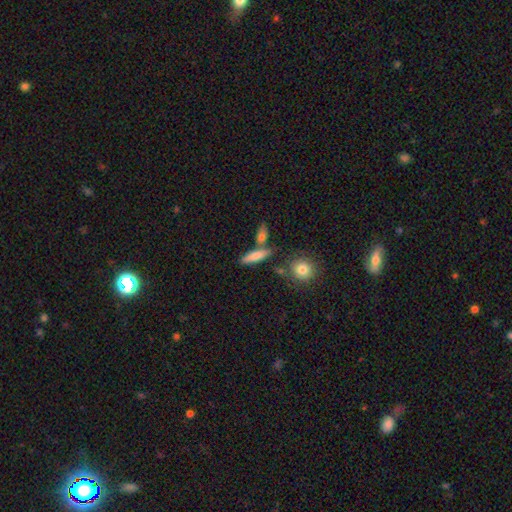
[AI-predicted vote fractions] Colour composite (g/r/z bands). It shows a smooth galaxy with no disk features (75%) that is cigar-shaped (55%). Merging: none (67%).